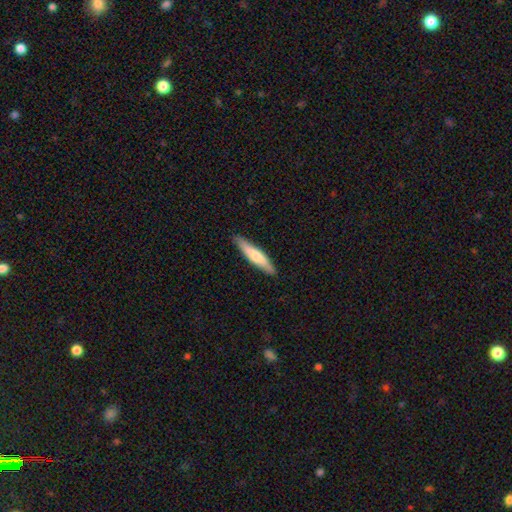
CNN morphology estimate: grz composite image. It shows a smooth galaxy with no disk features (65%) that is cigar-shaped (86%). Merging: none (88%).